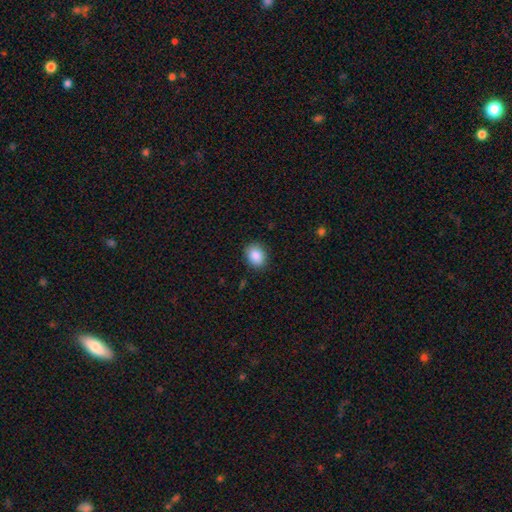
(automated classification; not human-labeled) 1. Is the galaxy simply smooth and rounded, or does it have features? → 88% smooth, 8% star or artifact, 4% featured or disk.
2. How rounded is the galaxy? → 51% in between, 48% round, 1% cigar-shaped.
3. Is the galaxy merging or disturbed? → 87% none, 9% minor disturbance, 2% major disturbance, 1% merger.